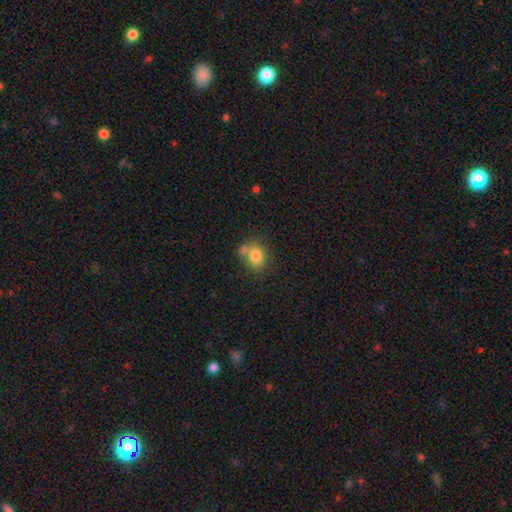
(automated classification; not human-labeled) Smooth or featured: smooth — 79% (featured or disk — 10%)
How rounded: round — 65% (in between — 34%)
Merging: none — 53% (merger — 28%)